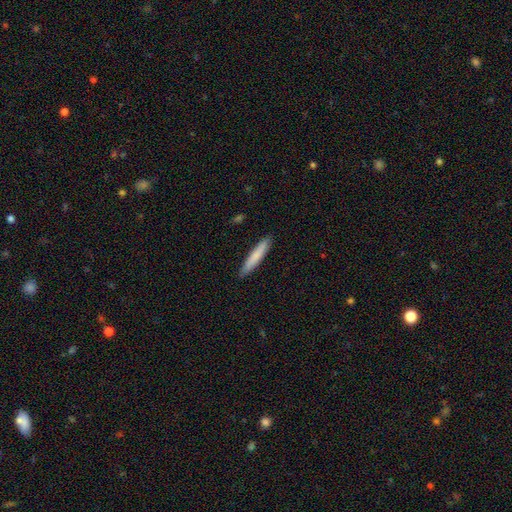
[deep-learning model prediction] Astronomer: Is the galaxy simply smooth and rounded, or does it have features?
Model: smooth — 78%.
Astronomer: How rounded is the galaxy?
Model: cigar-shaped — 93%.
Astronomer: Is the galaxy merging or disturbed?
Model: none — 90%.